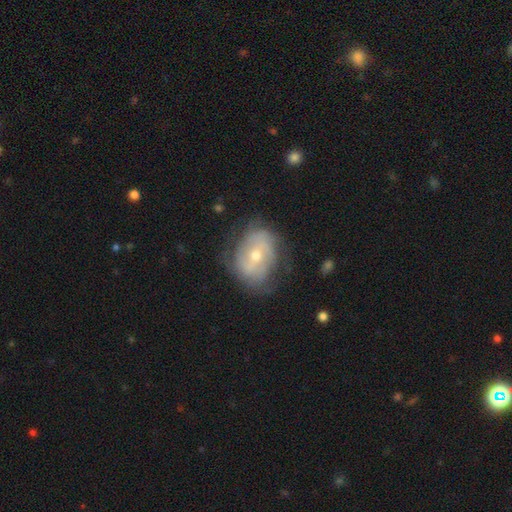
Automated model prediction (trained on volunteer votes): A featured or disk galaxy (67%) with no bar (45%), spiral arms (73%) and a moderate central bulge (49%).

Vote fractions:
- Smooth or featured? featured or disk: 67% / smooth: 25% / star or artifact: 7%
- Edge-on disk? no: 95% / yes: 5%
- Bar? no: 45% / weak: 39% / strong: 16%
- Spiral arms? yes: 73% / no: 27%
- Bulge size? moderate: 49% / small: 48% / large: 2% / none: 1% / dominant: 1%
- Merging? none: 65% / minor disturbance: 23% / major disturbance: 11% / merger: 1%